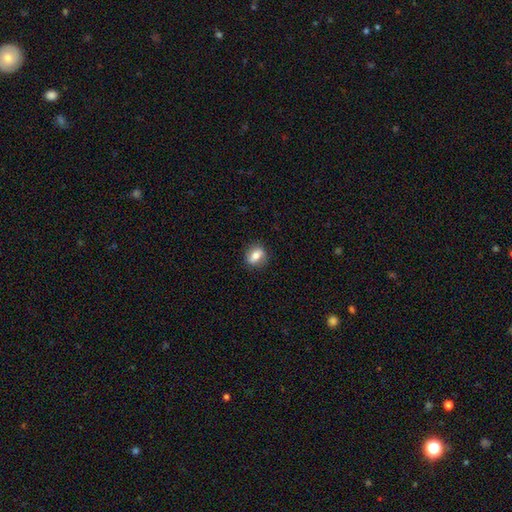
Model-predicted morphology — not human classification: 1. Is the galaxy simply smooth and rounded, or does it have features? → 69% smooth, 23% featured or disk, 8% star or artifact.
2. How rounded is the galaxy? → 59% in between, 37% round, 4% cigar-shaped.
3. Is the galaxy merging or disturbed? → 85% none, 11% minor disturbance, 3% major disturbance, 1% merger.